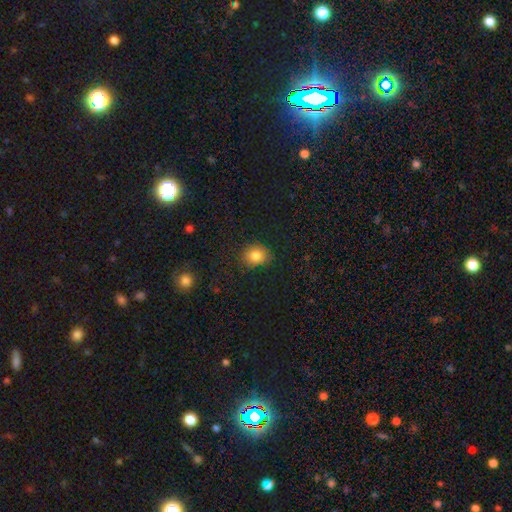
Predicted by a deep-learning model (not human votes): This appears to be a smooth galaxy with no disk features (83%) that is round (66%). Merging: none (81%).